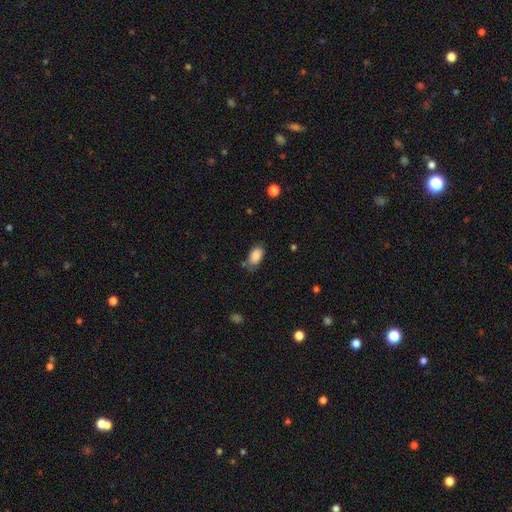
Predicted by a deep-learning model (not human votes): smooth 88%, star or artifact 8%, featured or disk 5%. Down the decision tree: how rounded — in between (93%); merging — none (71%).